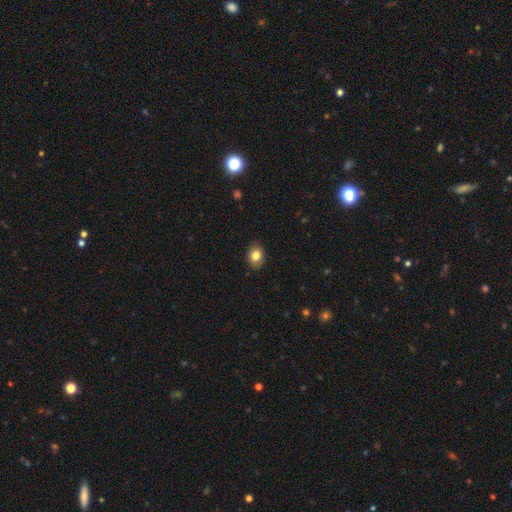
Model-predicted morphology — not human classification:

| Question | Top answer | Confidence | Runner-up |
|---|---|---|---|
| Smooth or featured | smooth | 83% | star or artifact (9%) |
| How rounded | in between | 64% | round (35%) |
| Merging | none | 88% | minor disturbance (9%) |